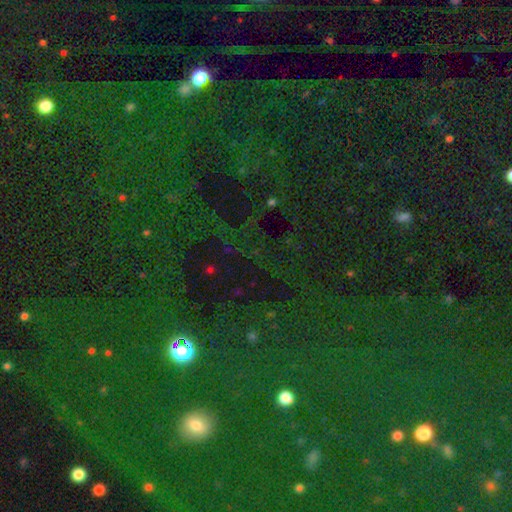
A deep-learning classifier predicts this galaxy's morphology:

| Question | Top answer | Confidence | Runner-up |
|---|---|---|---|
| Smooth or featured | star or artifact | 76% | smooth (16%) |